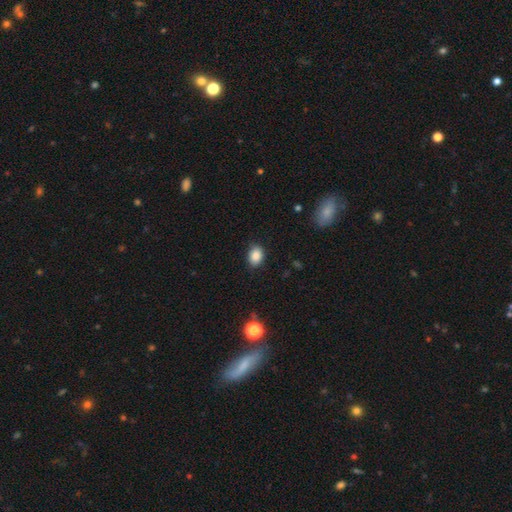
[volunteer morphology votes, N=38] Volunteers were most divided on "how rounded": in between: 59%, round: 41%, cigar-shaped: 0%. More confident: smooth or featured — smooth (89%); merging — none (74%).